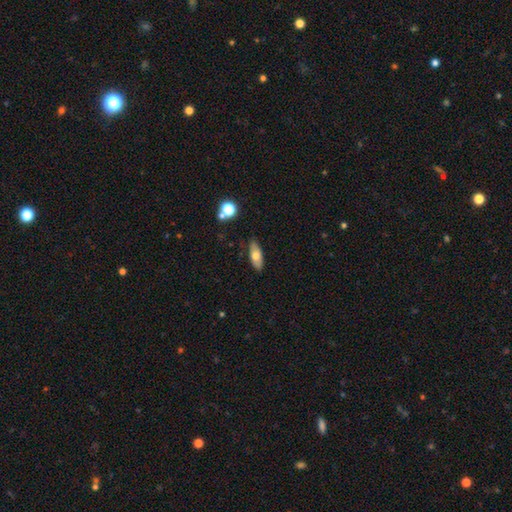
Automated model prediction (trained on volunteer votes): Smooth or featured? smooth (65%)
How rounded? in between (76%)
Merging? none (82%)